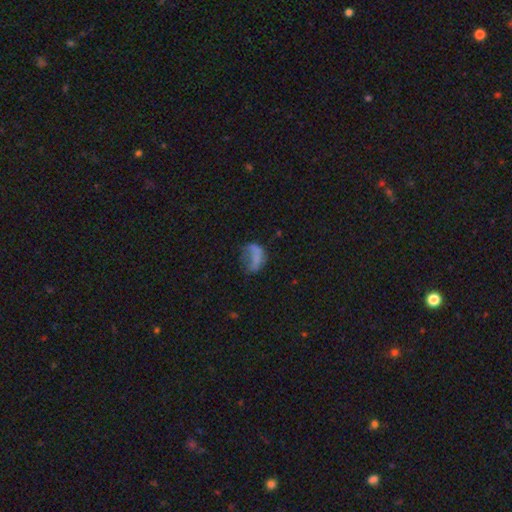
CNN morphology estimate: Smooth or featured: smooth — 53% (featured or disk — 31%)
How rounded: in between — 75% (round — 22%)
Merging: major disturbance — 45% (none — 27%)